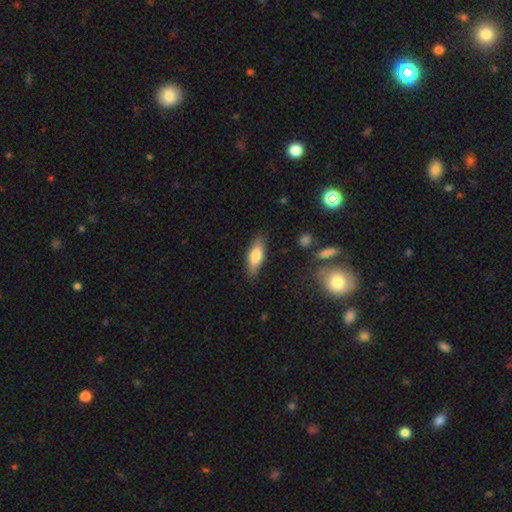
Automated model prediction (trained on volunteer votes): Q: Smooth or featured?
A: smooth (72%); runner-up: featured or disk (22%)
Q: How rounded?
A: in between (61%); runner-up: cigar-shaped (37%)
Q: Merging?
A: none (83%); runner-up: minor disturbance (12%)